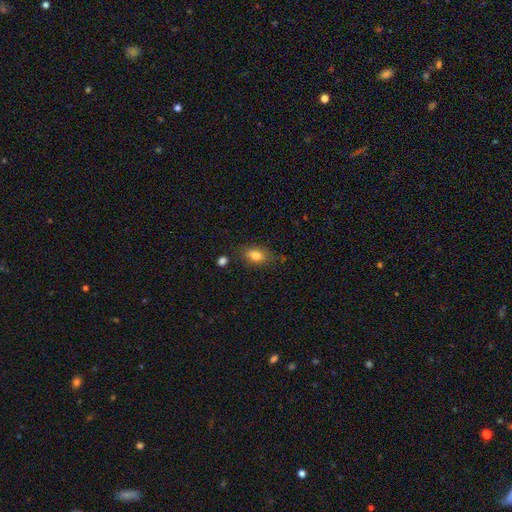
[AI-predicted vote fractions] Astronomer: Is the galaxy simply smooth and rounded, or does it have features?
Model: smooth — 82%.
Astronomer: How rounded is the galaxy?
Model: in between — 82%.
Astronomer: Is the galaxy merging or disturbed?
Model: none — 75%.